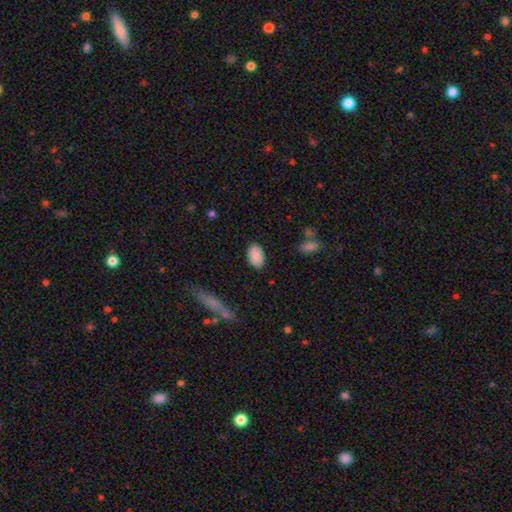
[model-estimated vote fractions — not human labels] Smooth or featured?
  - smooth: 89% *
  - star or artifact: 7%
  - featured or disk: 4%
How rounded?
  - in between: 93% *
  - round: 5%
  - cigar-shaped: 1%
Merging?
  - none: 86% *
  - minor disturbance: 10%
  - major disturbance: 3%
  - merger: 1%